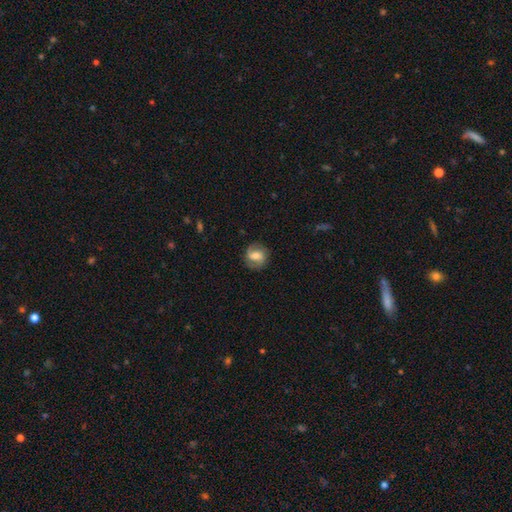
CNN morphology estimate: type=featured or disk (51%); edge-on=no (97%); merging=none (78%).